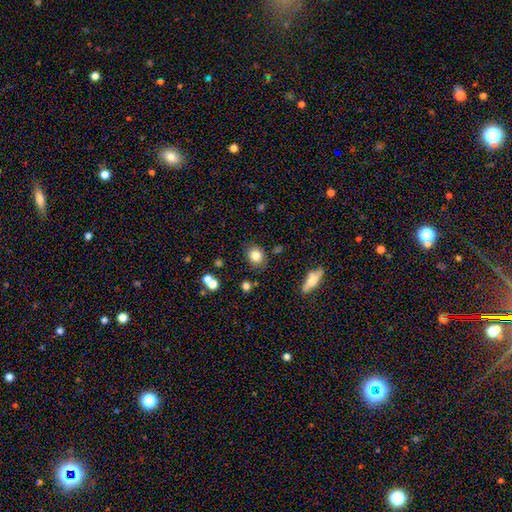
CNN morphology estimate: Smooth or featured: smooth — 81% (star or artifact — 10%)
How rounded: round — 65% (in between — 33%)
Merging: none — 82% (minor disturbance — 11%)